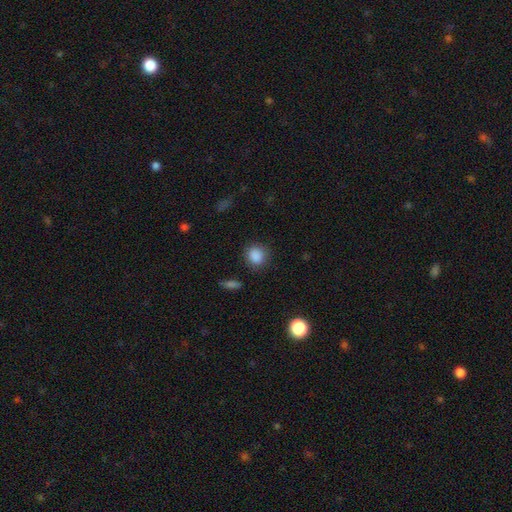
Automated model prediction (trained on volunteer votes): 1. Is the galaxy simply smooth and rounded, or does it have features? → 87% smooth, 9% star or artifact, 3% featured or disk.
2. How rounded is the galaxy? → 78% round, 21% in between, 1% cigar-shaped.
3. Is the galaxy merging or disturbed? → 83% none, 11% minor disturbance, 4% major disturbance, 2% merger.